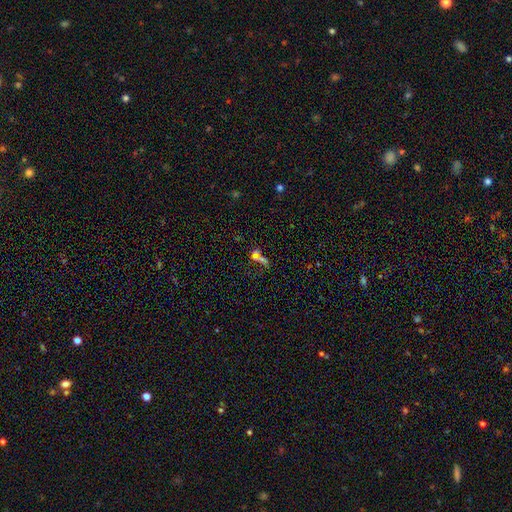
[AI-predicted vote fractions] Overall: star or artifact (54%; smooth 32%).